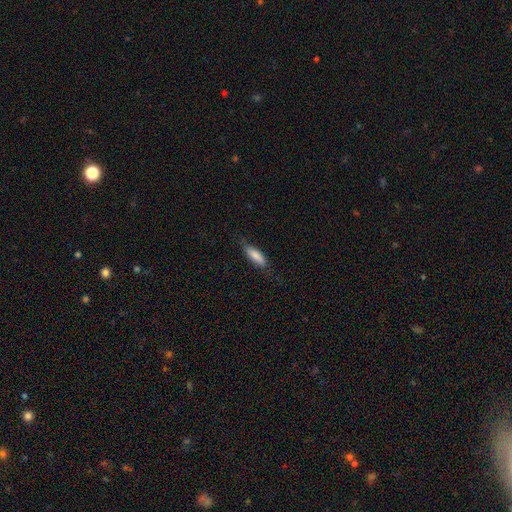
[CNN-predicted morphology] A smooth galaxy with no disk features (82%) that is in between round and cigar-shaped (54%). Merging: none (72%).